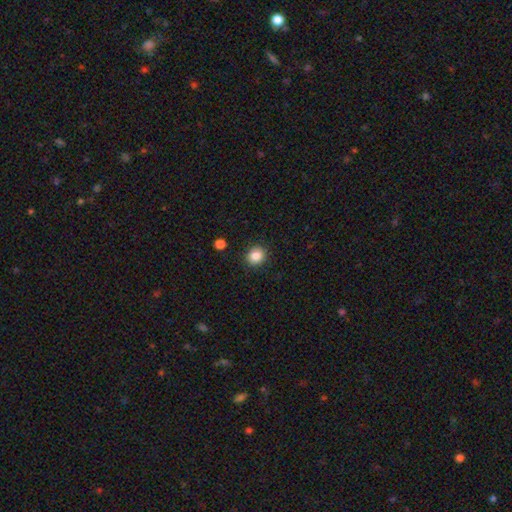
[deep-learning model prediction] Q: Smooth or featured?
A: smooth (86%); runner-up: star or artifact (10%)
Q: How rounded?
A: round (81%); runner-up: in between (18%)
Q: Merging?
A: none (90%); runner-up: minor disturbance (7%)